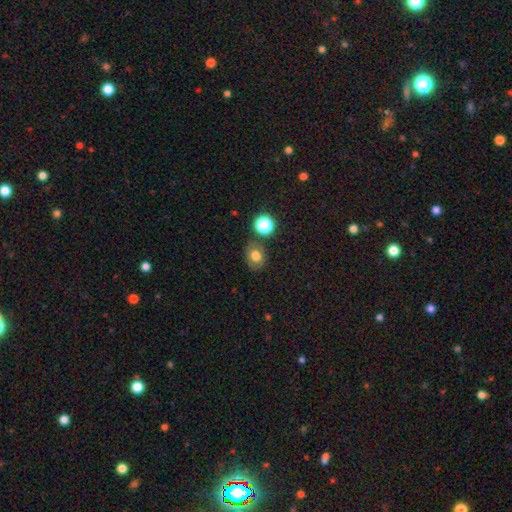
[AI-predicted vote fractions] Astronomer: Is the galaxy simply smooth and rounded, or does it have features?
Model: smooth — 71%.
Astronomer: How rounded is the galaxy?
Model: round — 50% (runner-up: in between, 49%).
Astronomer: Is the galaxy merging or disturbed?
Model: none — 76%.